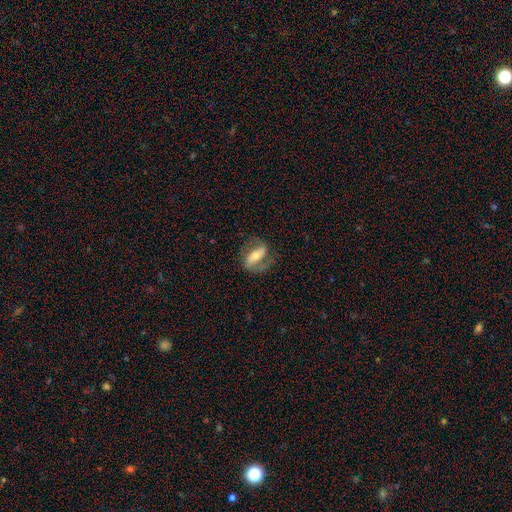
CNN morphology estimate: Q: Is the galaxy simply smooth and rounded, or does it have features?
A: featured or disk — 76%.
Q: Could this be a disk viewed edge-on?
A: no — 92%.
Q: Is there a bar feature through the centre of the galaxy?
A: strong — 59%.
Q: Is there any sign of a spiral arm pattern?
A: yes — 89%.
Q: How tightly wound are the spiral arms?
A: medium — 44%.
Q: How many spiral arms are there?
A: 2 — 82%.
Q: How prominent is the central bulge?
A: moderate — 56%.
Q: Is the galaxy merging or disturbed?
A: none — 69%.